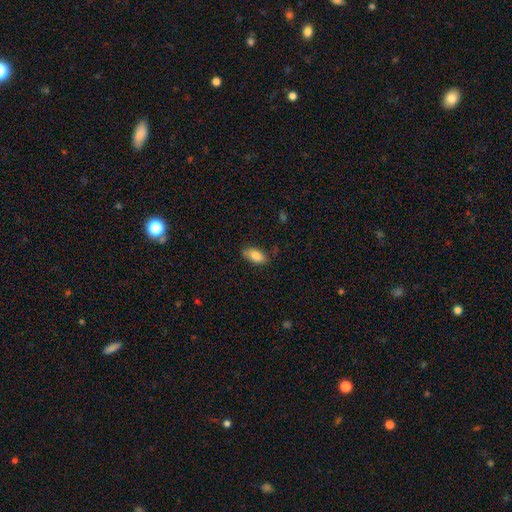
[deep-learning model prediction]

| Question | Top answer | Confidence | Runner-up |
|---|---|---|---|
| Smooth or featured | smooth | 84% | featured or disk (9%) |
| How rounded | in between | 89% | cigar-shaped (7%) |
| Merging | none | 72% | minor disturbance (22%) |